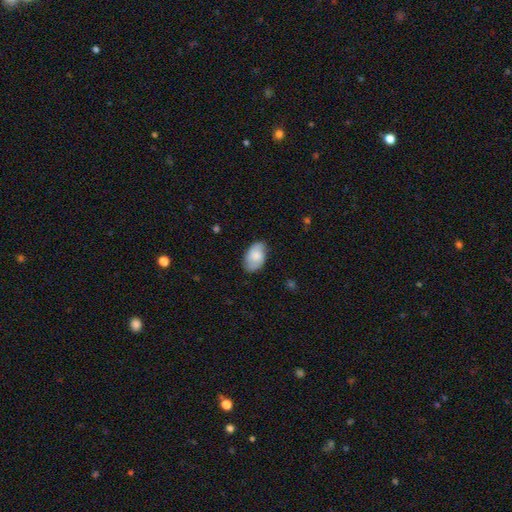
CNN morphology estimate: Overall: smooth (73%). How rounded: in between (92%). Merging: none (75%).